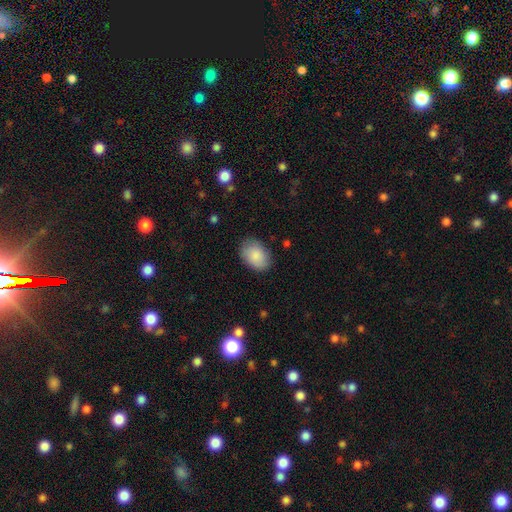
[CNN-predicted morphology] Smooth or featured: smooth — 87% (featured or disk — 6%)
How rounded: in between — 81% (round — 18%)
Merging: none — 82% (minor disturbance — 13%)